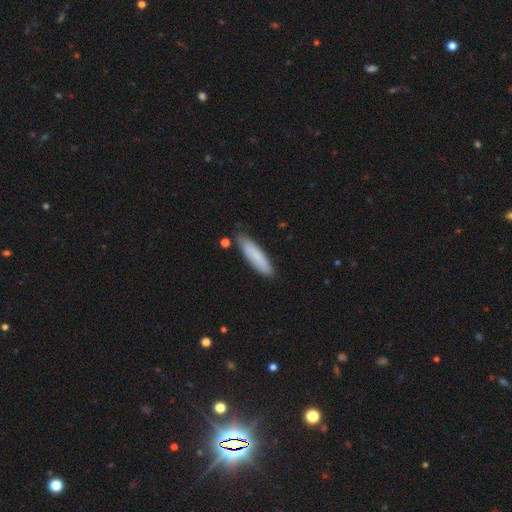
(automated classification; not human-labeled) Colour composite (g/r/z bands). It shows a smooth galaxy with no disk features (81%) that is cigar-shaped (71%). Merging: none (82%).